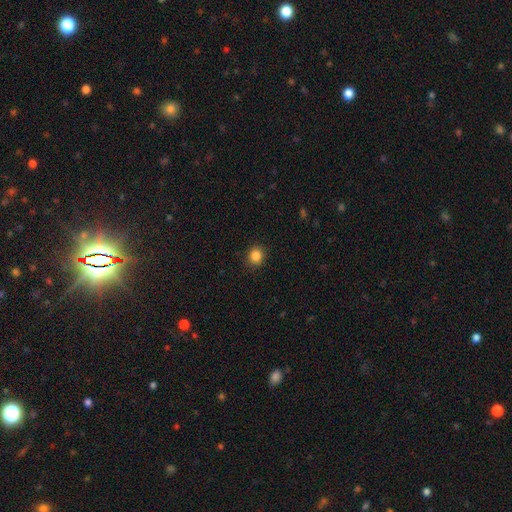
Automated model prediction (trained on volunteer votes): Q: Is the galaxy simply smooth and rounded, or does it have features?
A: smooth — 85%.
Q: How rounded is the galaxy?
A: round — 78%.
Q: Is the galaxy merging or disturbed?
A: none — 91%.